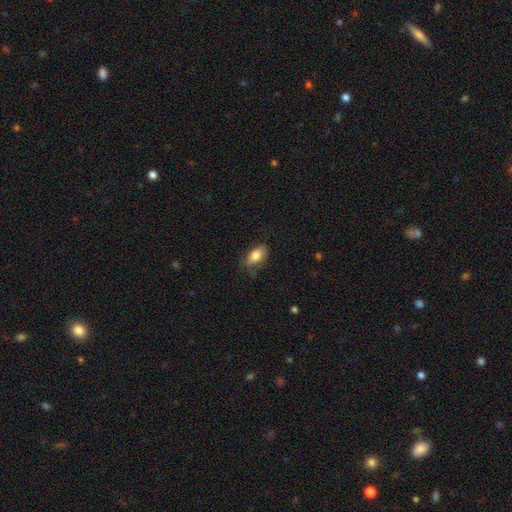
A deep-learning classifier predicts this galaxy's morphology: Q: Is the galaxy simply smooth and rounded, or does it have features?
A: smooth — 82%.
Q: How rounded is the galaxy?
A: in between — 90%.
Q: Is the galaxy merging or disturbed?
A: none — 69%.